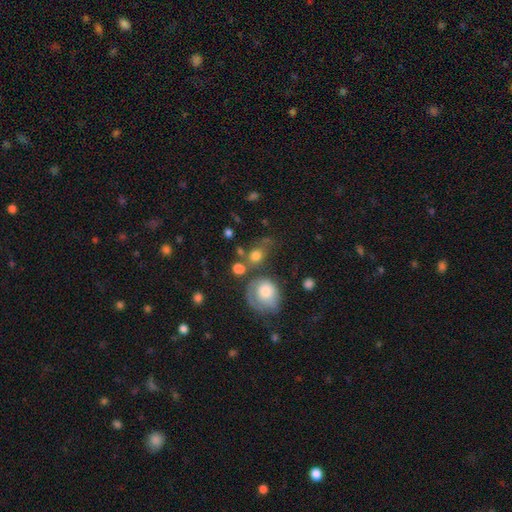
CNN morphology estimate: A smooth galaxy with no disk features (73%) that is round (58%). Merging: none (44%).